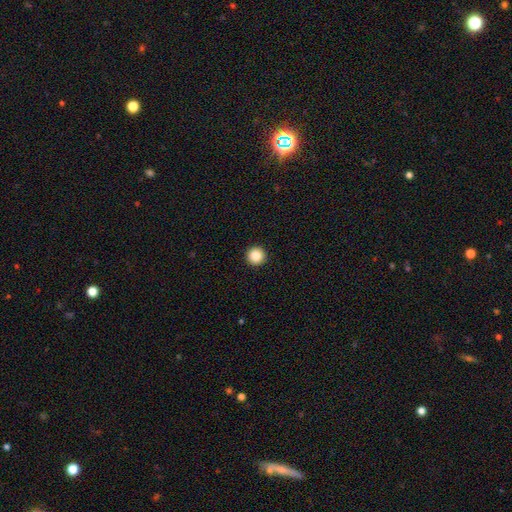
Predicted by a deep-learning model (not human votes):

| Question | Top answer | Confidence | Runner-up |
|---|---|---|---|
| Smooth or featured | smooth | 87% | star or artifact (10%) |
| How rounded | round | 97% | in between (2%) |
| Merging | none | 94% | minor disturbance (4%) |